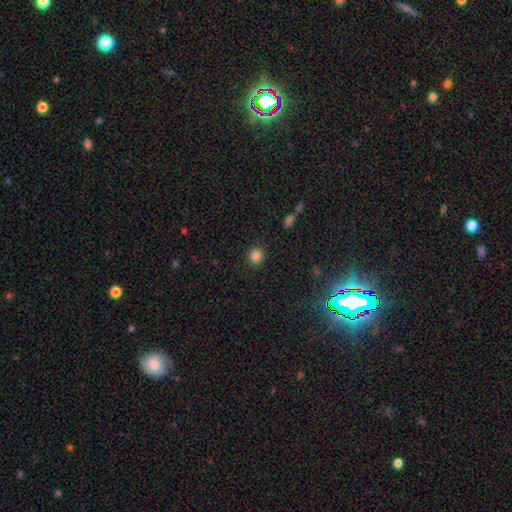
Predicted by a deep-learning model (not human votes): A smooth galaxy with no disk features (85%) that is round (88%). Merging: none (90%).